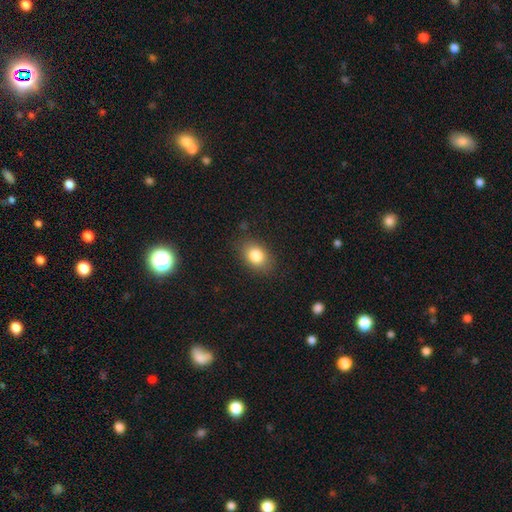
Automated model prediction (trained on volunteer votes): This is clearly a smooth galaxy (82%). How rounded: likely in between (73%). Merging: clearly none (83%).